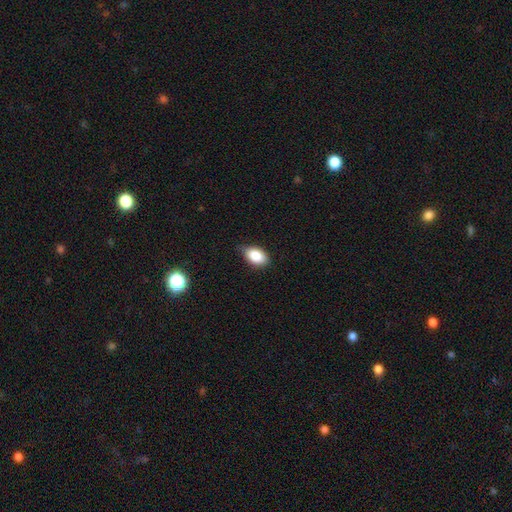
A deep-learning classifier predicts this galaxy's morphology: type=smooth (87%); roundness=in between (91%); merging=none (75%).